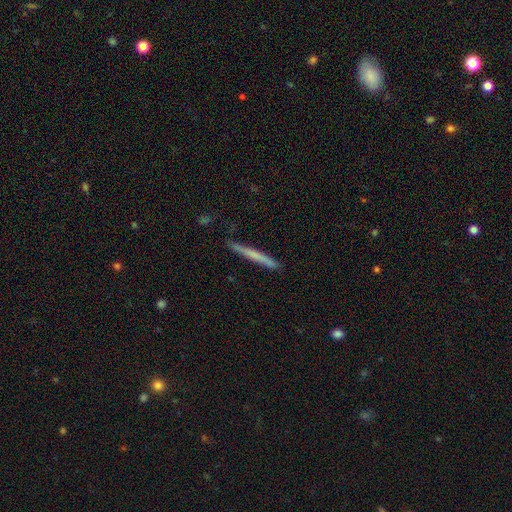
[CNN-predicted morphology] smooth-or-featured: smooth: 55% | featured or disk: 39% | star or artifact: 6%
  how-rounded: cigar-shaped: 97% | in between: 2% | round: 1%
  merging: none: 87% | minor disturbance: 10% | major disturbance: 2% | merger: 1%